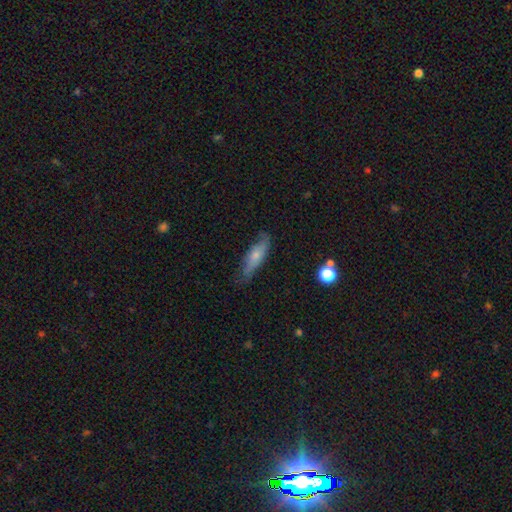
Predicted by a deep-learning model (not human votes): Smooth or featured? Predicted: smooth (p=0.57). How rounded? Predicted: cigar-shaped (p=0.50). Merging? Predicted: none (p=0.65).